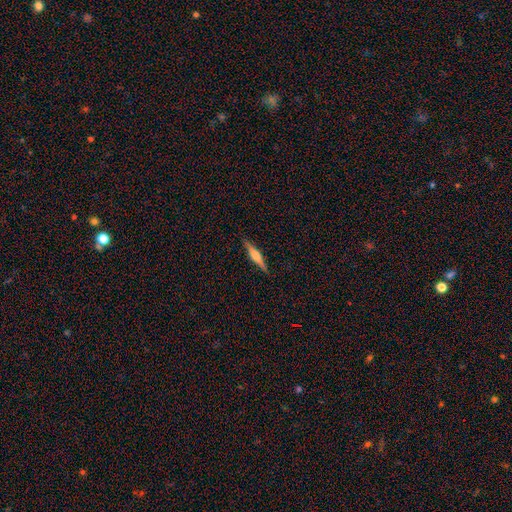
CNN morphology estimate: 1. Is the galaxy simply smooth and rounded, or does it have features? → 64% featured or disk, 30% smooth, 6% star or artifact.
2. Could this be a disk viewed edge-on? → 98% yes, 2% no.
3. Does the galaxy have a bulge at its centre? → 72% rounded, 20% boxy, 8% none.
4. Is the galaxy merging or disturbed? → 90% none, 7% minor disturbance, 2% major disturbance, 1% merger.